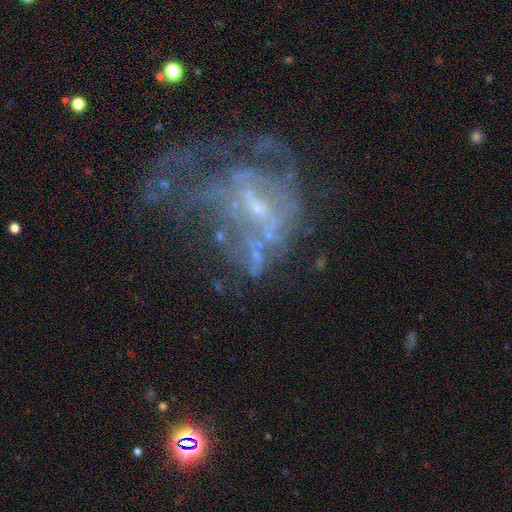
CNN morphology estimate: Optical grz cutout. It shows a featured or disk galaxy (65%) with no bar (49%), spiral arms (52%) and a small central bulge (62%). Merging: none (44%).